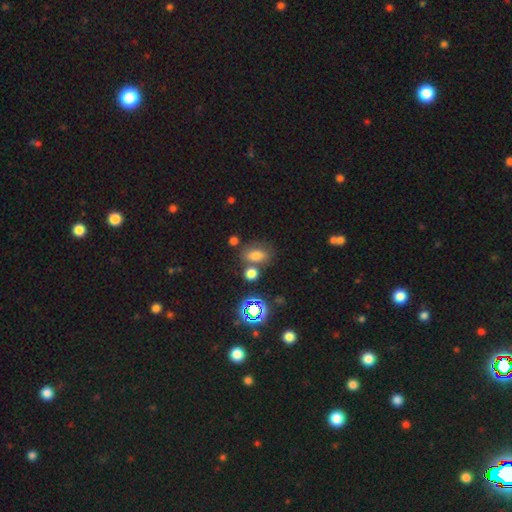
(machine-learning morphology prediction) A smooth galaxy with no disk features (67%) that is in between round and cigar-shaped (74%).

Vote fractions:
- Smooth or featured? smooth: 67% / star or artifact: 22% / featured or disk: 11%
- How rounded? in between: 74% / round: 23% / cigar-shaped: 3%
- Merging? none: 62% / merger: 19% / minor disturbance: 14% / major disturbance: 6%